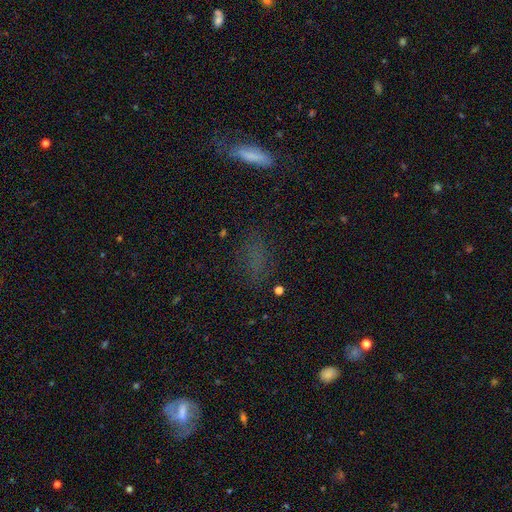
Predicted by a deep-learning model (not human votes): smooth_or_featured: smooth (p=0.53) [alt: star or artifact p=0.31]
how_rounded: in between (p=0.56) [alt: cigar-shaped p=0.30]
merging: none (p=0.70) [alt: minor disturbance p=0.17]